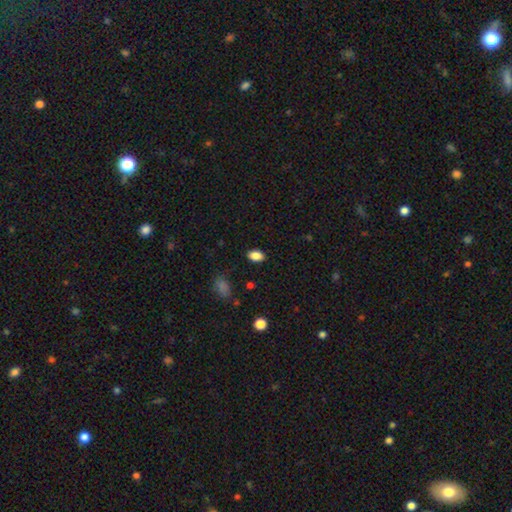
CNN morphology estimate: The model was most divided on "how rounded": in between: 86%, round: 12%, cigar-shaped: 2%. More confident: merging — none (87%); smooth or featured — smooth (86%).